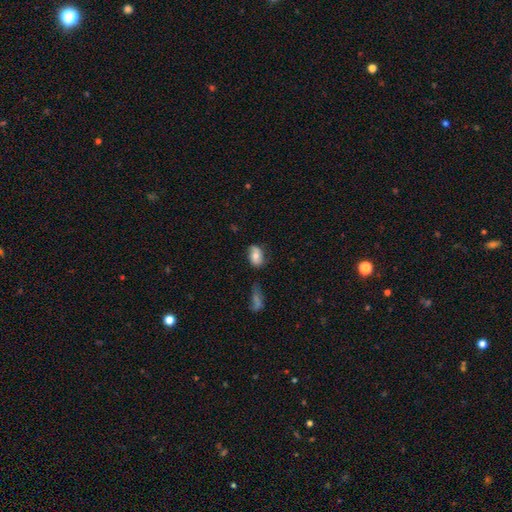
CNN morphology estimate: This is likely a smooth galaxy (66%). How rounded: clearly in between (86%). Merging: possibly none (60%).